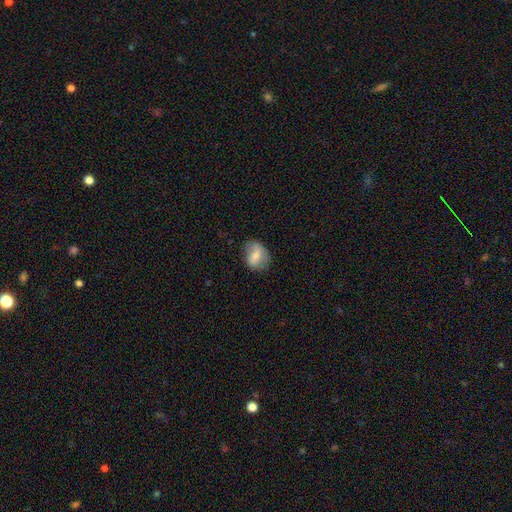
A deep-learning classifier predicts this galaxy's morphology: smooth 61%, featured or disk 31%, star or artifact 8%. Down the decision tree: how rounded — in between (52%); merging — none (67%).